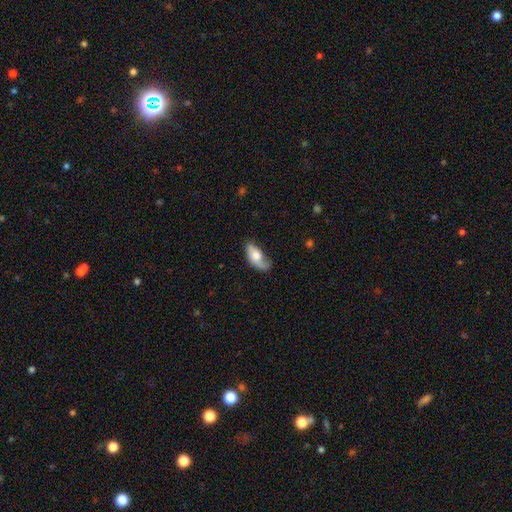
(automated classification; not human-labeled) Smooth or featured?
  - smooth: 58% *
  - featured or disk: 35%
  - star or artifact: 7%
How rounded?
  - in between: 86% *
  - cigar-shaped: 10%
  - round: 4%
Merging?
  - none: 43% *
  - minor disturbance: 32%
  - major disturbance: 21%
  - merger: 4%